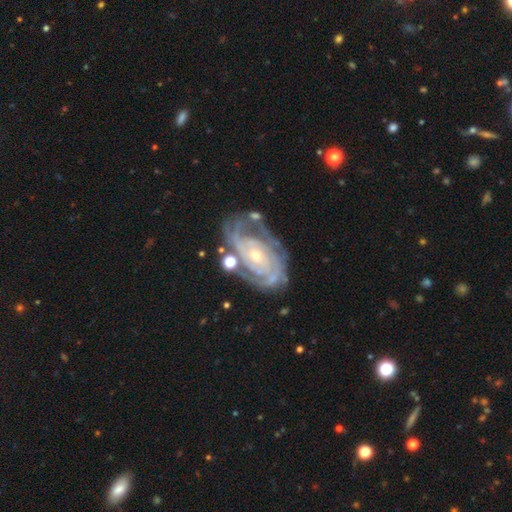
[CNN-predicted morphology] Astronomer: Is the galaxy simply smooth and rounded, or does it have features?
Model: featured or disk — 90%.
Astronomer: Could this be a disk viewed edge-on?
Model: no — 96%.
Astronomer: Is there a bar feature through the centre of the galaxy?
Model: no — 71%.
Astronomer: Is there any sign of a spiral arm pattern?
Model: yes — 97%.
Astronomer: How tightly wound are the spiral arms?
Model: tight — 71%.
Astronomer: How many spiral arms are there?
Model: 2 — 32% (runner-up: 3, 23%).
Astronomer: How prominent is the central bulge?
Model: small — 75%.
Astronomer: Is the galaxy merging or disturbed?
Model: none — 65%.